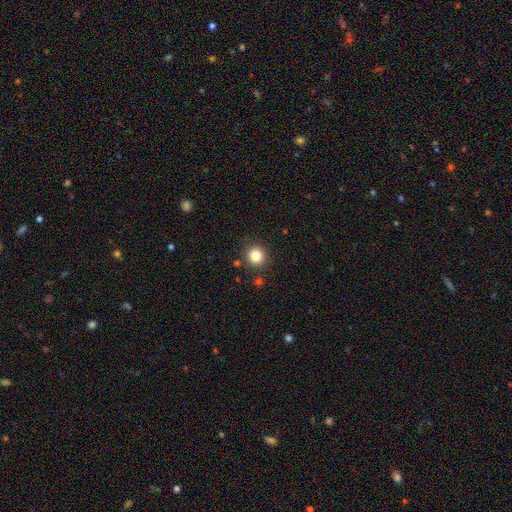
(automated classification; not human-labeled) A smooth galaxy with no disk features (84%) that is round (91%).

Vote fractions:
- Smooth or featured? smooth: 84% / star or artifact: 11% / featured or disk: 5%
- How rounded? round: 91% / in between: 8% / cigar-shaped: 1%
- Merging? none: 87% / minor disturbance: 8% / merger: 3% / major disturbance: 3%